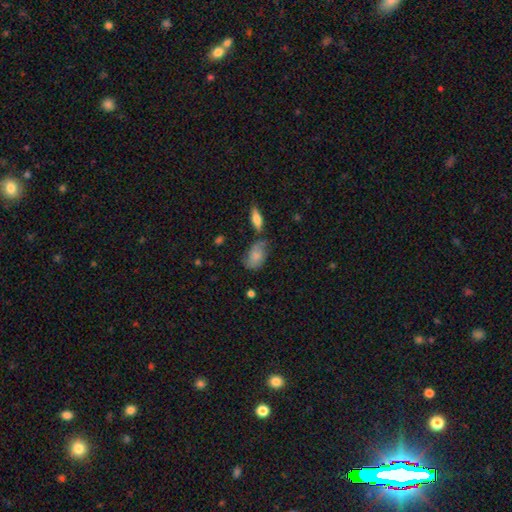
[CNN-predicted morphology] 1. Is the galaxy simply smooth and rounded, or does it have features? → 68% smooth, 24% featured or disk, 8% star or artifact.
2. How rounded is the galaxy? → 86% in between, 12% round, 2% cigar-shaped.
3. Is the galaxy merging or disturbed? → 51% none, 29% minor disturbance, 10% merger, 10% major disturbance.